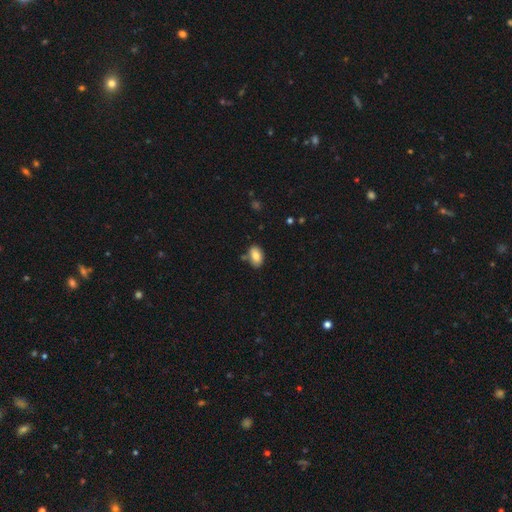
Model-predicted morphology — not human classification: A smooth galaxy with no disk features (83%) that is in between round and cigar-shaped (90%). Merging: none (78%).